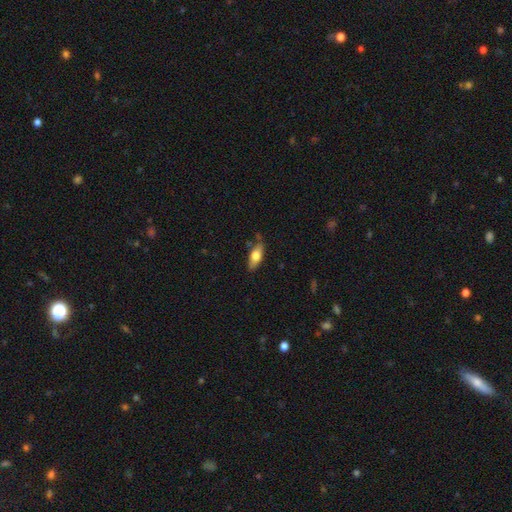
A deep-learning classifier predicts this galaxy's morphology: This appears to be a smooth galaxy with no disk features (60%) that is in between round and cigar-shaped (69%). Merging: none (73%).